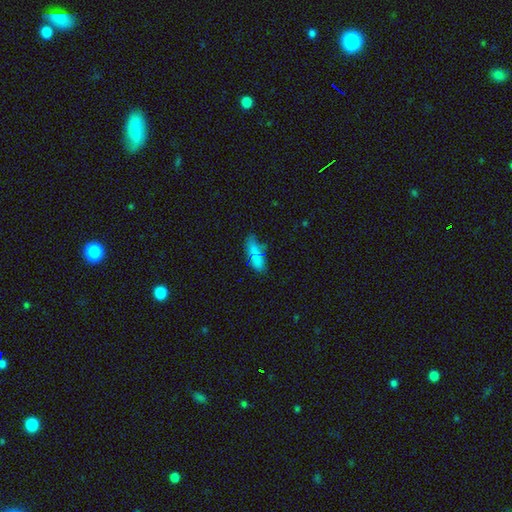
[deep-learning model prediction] Overall: smooth (68%). How rounded: in between (77%). Merging: none (75%).